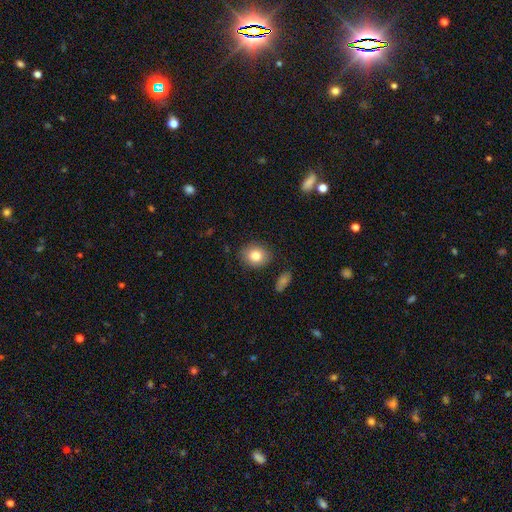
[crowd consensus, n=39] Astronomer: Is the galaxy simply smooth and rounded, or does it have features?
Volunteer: smooth — 77%.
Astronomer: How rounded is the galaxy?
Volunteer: round — 63%.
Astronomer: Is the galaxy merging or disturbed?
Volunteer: none — 78%.